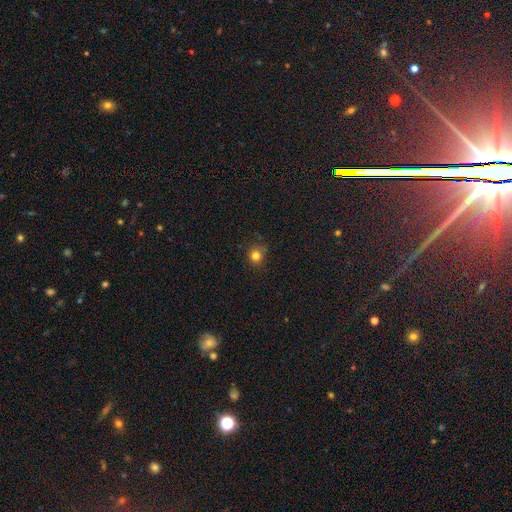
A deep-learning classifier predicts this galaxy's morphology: Overall: smooth (80%). How rounded: round (88%). Merging: none (80%).